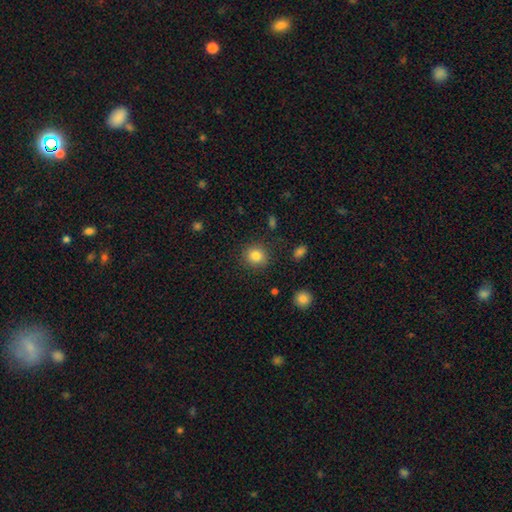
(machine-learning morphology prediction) The model was most divided on "how rounded": round: 84%, in between: 15%, cigar-shaped: 1%. More confident: merging — none (88%); smooth or featured — smooth (82%).